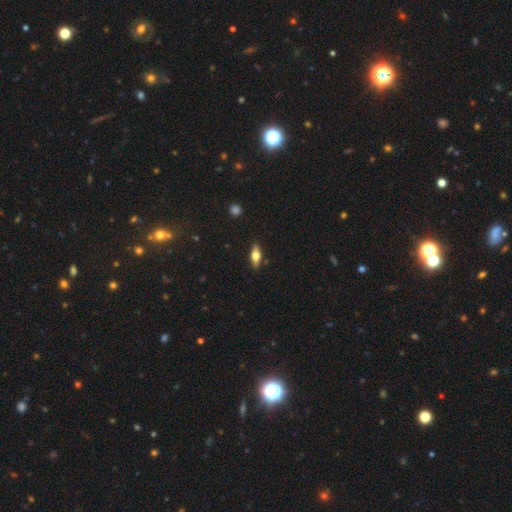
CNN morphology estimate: Smooth or featured? smooth (64%)
How rounded? in between (73%)
Merging? none (88%)